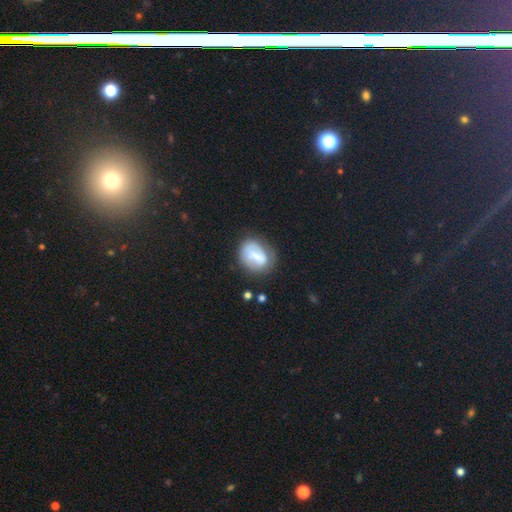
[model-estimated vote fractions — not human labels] Smooth or featured? Predicted: smooth (p=0.54). How rounded? Predicted: in between (p=0.62). Merging? Predicted: none (p=0.59).